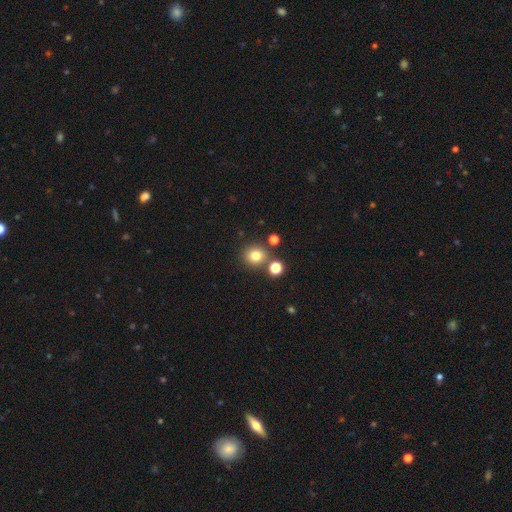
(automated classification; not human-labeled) This appears to be a smooth galaxy with no disk features (77%) that is round (87%). Merging: none (78%).